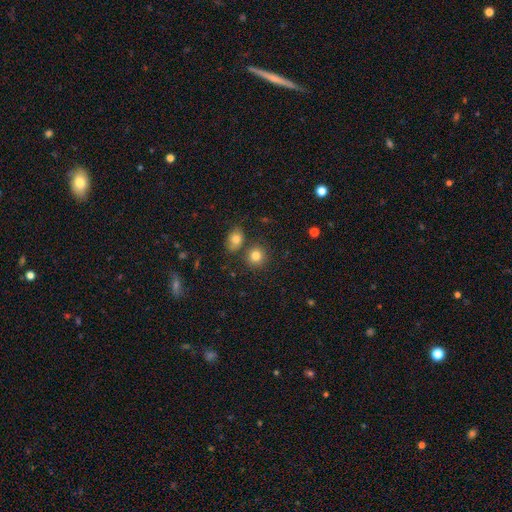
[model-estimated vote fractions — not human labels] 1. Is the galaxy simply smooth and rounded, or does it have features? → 82% smooth, 11% star or artifact, 7% featured or disk.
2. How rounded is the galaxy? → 83% round, 16% in between, 1% cigar-shaped.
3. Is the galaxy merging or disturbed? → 74% none, 14% merger, 9% minor disturbance, 3% major disturbance.